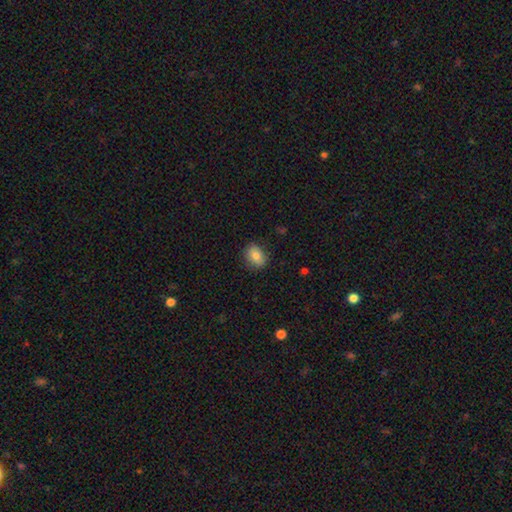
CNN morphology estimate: smooth 82%, featured or disk 10%, star or artifact 8%. Down the decision tree: how rounded — in between (64%); merging — none (84%).